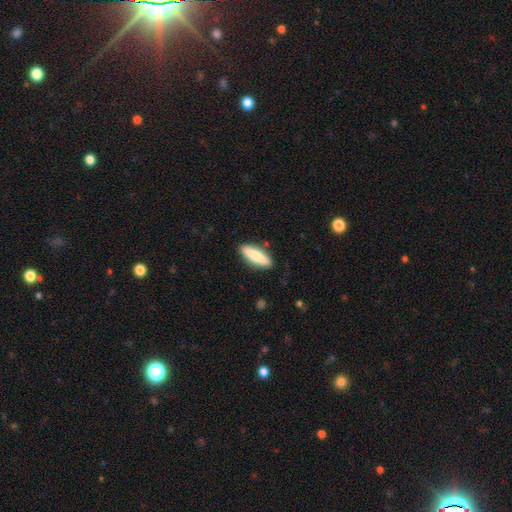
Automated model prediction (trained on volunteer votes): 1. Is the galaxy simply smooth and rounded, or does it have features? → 68% smooth, 26% featured or disk, 6% star or artifact.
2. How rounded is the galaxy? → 60% cigar-shaped, 38% in between, 2% round.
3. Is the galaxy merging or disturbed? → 87% none, 9% minor disturbance, 2% major disturbance, 1% merger.